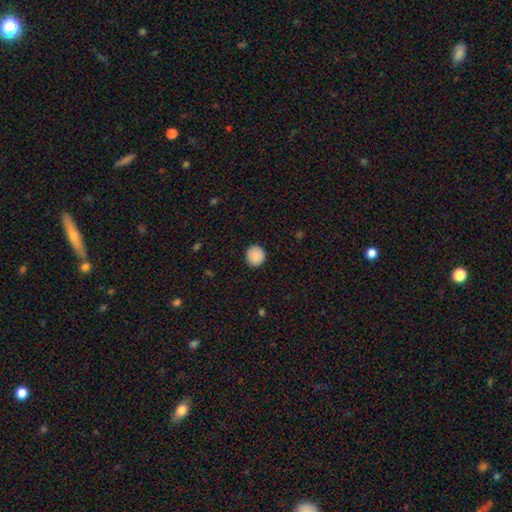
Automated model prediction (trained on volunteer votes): A smooth galaxy with no disk features (89%) that is round (93%). Merging: none (91%).